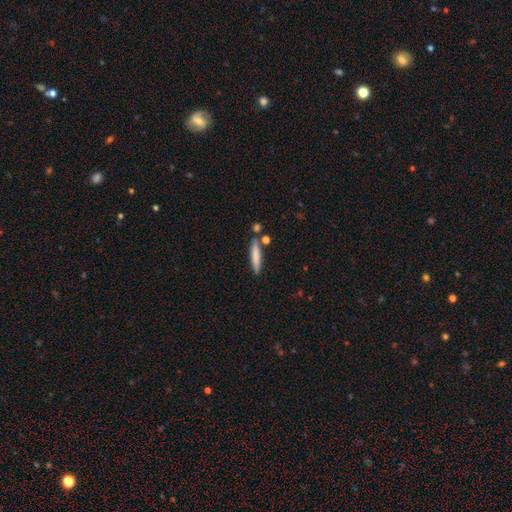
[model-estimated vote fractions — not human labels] The model was most divided on "smooth or featured": smooth: 76%, featured or disk: 18%, star or artifact: 6%. More confident: how rounded — cigar-shaped (89%); merging — none (79%).